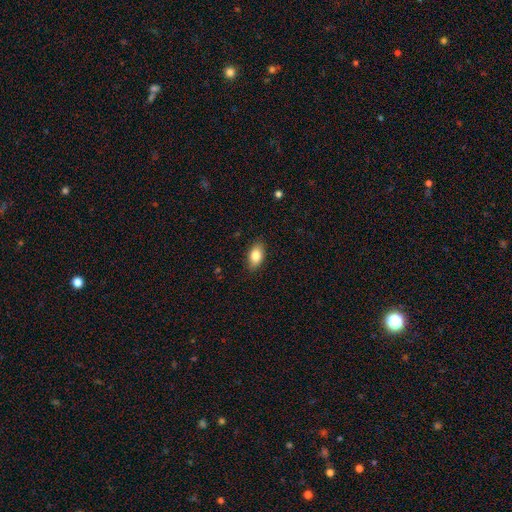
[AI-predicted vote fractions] Smooth or featured? smooth (83%)
How rounded? in between (90%)
Merging? none (87%)